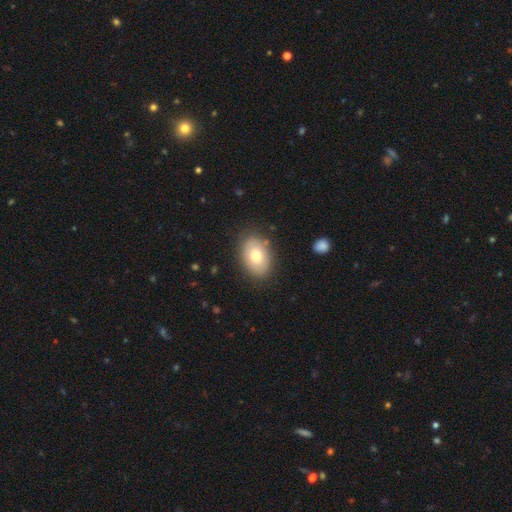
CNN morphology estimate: This is likely a smooth galaxy (71%). How rounded: clearly in between (83%). Merging: clearly none (83%).